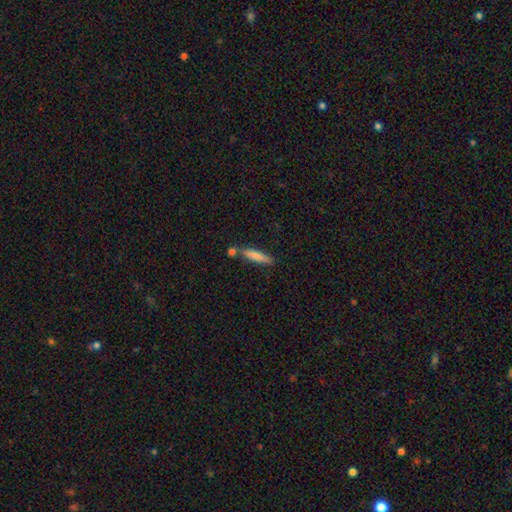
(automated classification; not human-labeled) Smooth or featured?
  - smooth: 77% *
  - featured or disk: 17%
  - star or artifact: 6%
How rounded?
  - cigar-shaped: 85% *
  - in between: 13%
  - round: 2%
Merging?
  - none: 72% *
  - minor disturbance: 13%
  - merger: 12%
  - major disturbance: 3%